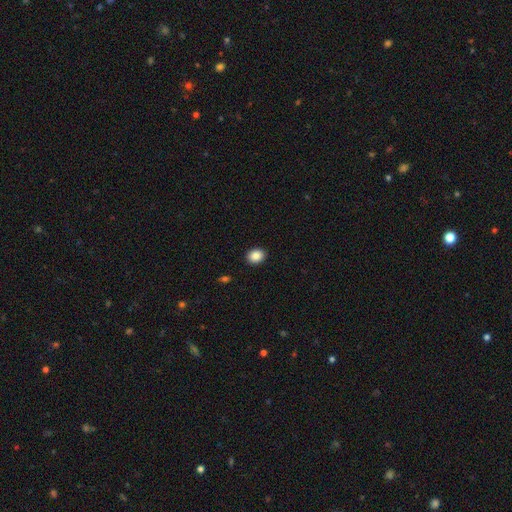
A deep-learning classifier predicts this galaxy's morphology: The model was most divided on "how rounded": in between: 54%, round: 45%, cigar-shaped: 1%. More confident: merging — none (91%); smooth or featured — smooth (87%).